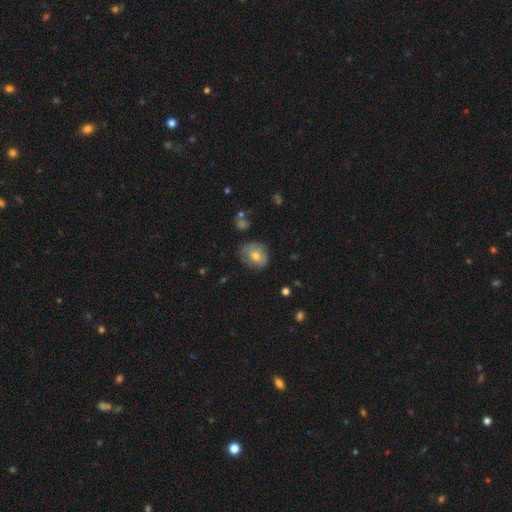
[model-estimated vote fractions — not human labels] Smooth or featured: smooth — 62% (featured or disk — 28%)
How rounded: round — 52% (in between — 47%)
Merging: none — 70% (minor disturbance — 22%)